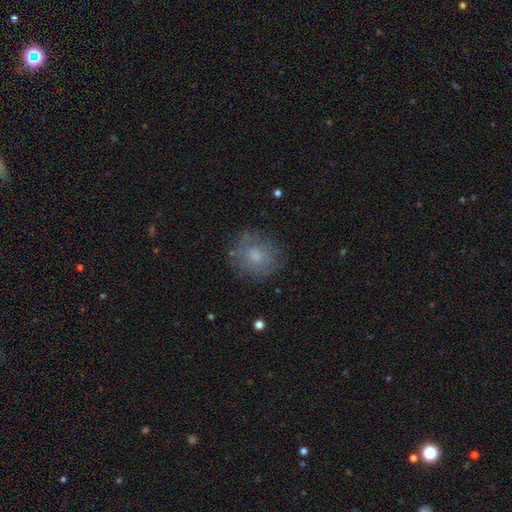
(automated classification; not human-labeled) A smooth galaxy with no disk features (62%) that is round (82%).

Vote fractions:
- Smooth or featured? smooth: 62% / featured or disk: 27% / star or artifact: 10%
- How rounded? round: 82% / in between: 17% / cigar-shaped: 1%
- Merging? none: 76% / minor disturbance: 16% / major disturbance: 7% / merger: 1%